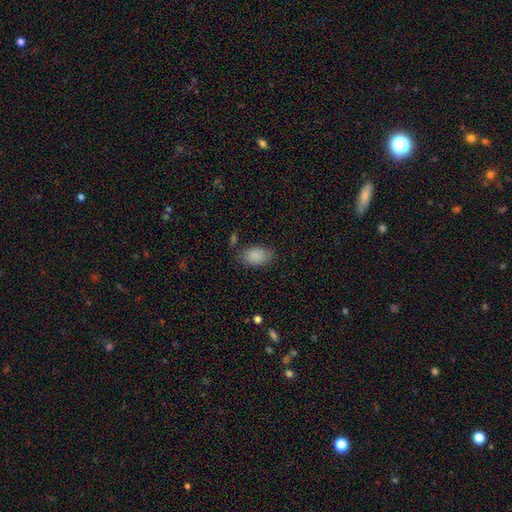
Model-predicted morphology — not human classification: A smooth galaxy with no disk features (88%) that is in between round and cigar-shaped (90%). Merging: none (76%).